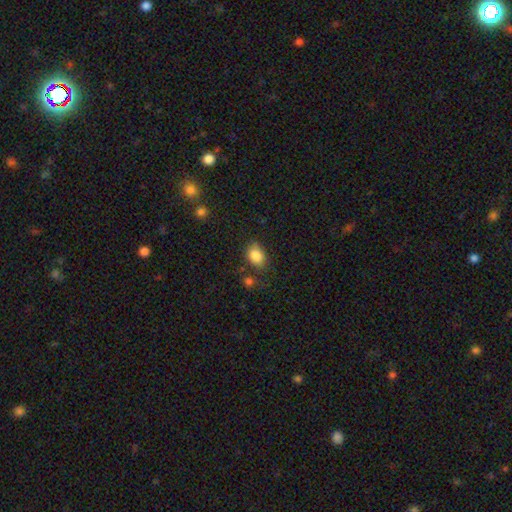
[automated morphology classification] A smooth galaxy with no disk features (86%) that is in between round and cigar-shaped (73%).

Vote fractions:
- Smooth or featured? smooth: 86% / star or artifact: 9% / featured or disk: 5%
- How rounded? in between: 73% / round: 26% / cigar-shaped: 1%
- Merging? none: 65% / minor disturbance: 22% / merger: 7% / major disturbance: 6%